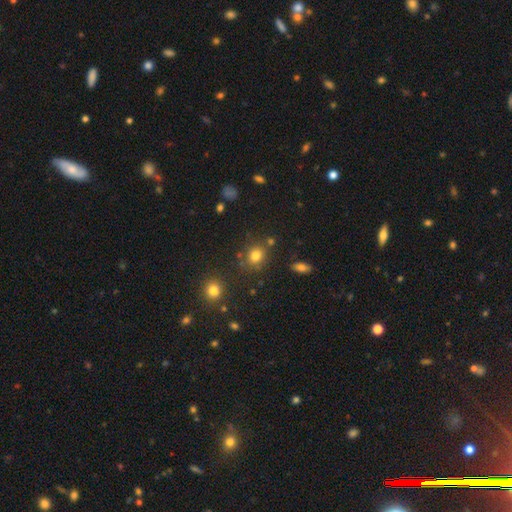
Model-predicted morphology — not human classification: A smooth galaxy with no disk features (79%) that is round (67%). Merging: none (76%).